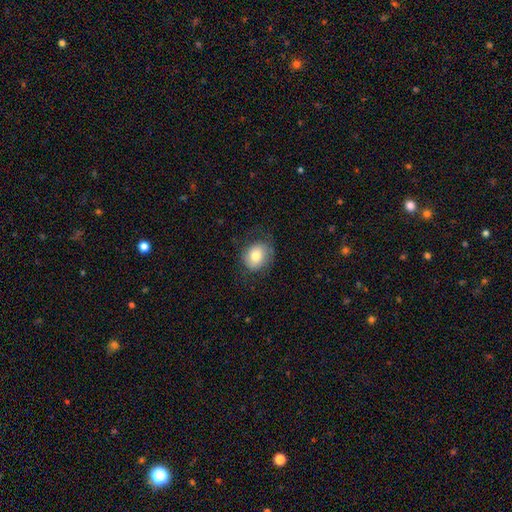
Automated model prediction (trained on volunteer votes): This is likely a smooth galaxy (74%). How rounded: likely round (63%). Merging: likely none (69%).